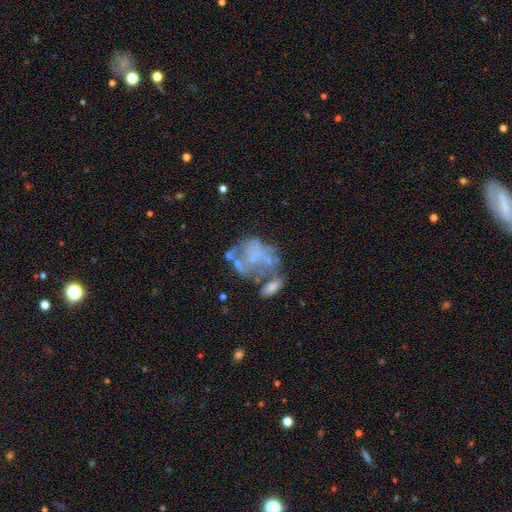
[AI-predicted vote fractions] featured or disk 66%, smooth 21%, star or artifact 12%. Down the decision tree: edge-on disk — no (98%); bar — no (87%); spiral arms — no (76%); bulge size — none (55%); merging — none (29%).